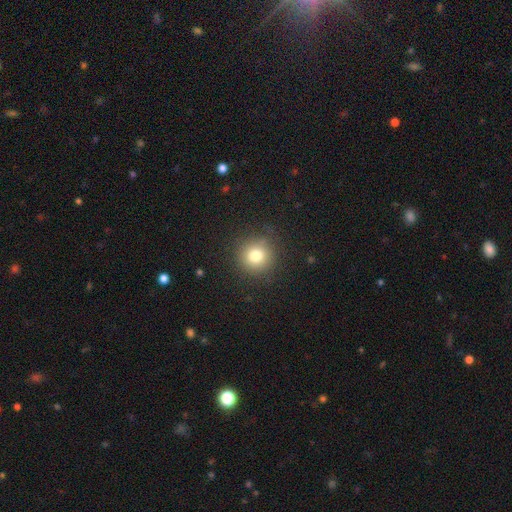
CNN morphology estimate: Q: Smooth or featured?
A: smooth (79%); runner-up: star or artifact (13%)
Q: How rounded?
A: round (94%); runner-up: in between (5%)
Q: Merging?
A: none (87%); runner-up: minor disturbance (9%)